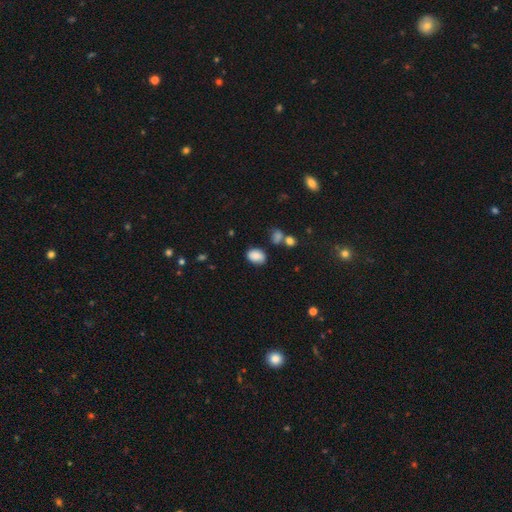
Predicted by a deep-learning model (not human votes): The model was most divided on "how rounded": in between: 75%, round: 24%, cigar-shaped: 1%. More confident: smooth or featured — smooth (84%); merging — none (71%).